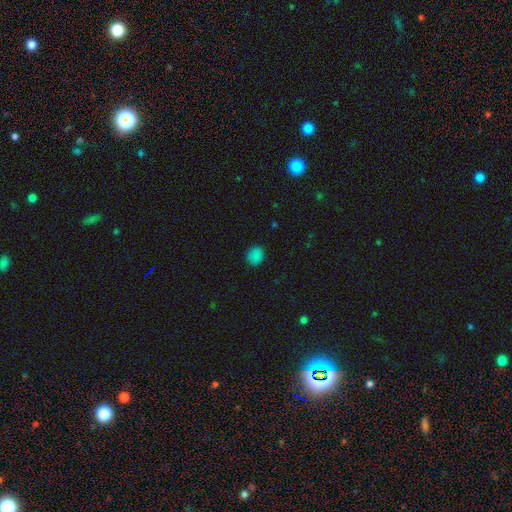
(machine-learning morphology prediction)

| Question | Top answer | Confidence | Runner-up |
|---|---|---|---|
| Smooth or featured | smooth | 83% | star or artifact (14%) |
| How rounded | round | 77% | in between (22%) |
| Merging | none | 86% | minor disturbance (10%) |